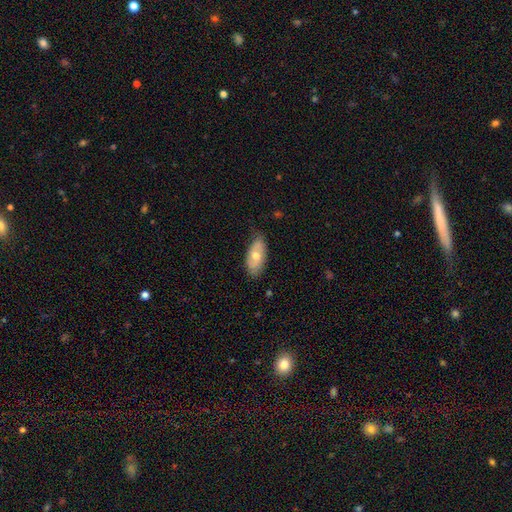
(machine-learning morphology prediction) Smooth or featured? smooth (58%)
How rounded? in between (88%)
Merging? none (74%)